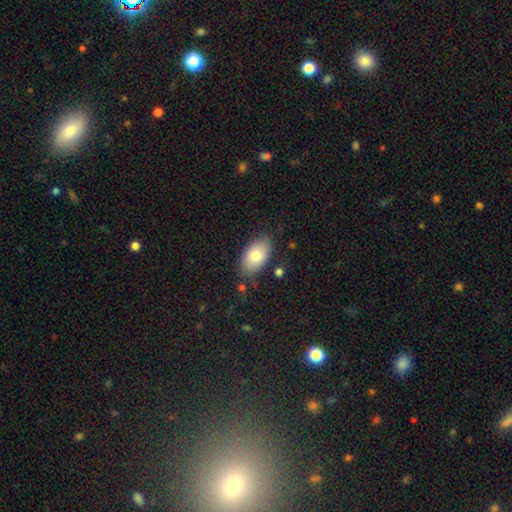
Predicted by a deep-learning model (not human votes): The model was most divided on "merging": none: 79%, minor disturbance: 15%, major disturbance: 3%, merger: 3%. More confident: how rounded — in between (94%); smooth or featured — smooth (80%).